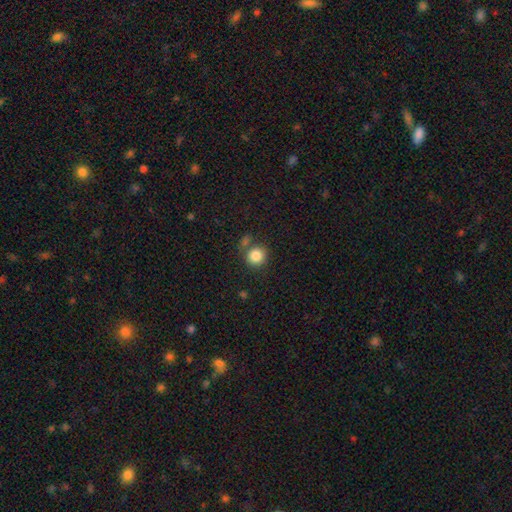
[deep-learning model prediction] This is clearly a smooth galaxy (85%). How rounded: clearly round (90%). Merging: likely none (71%).